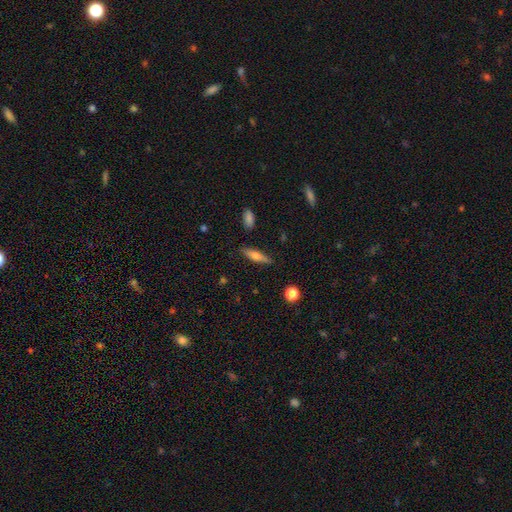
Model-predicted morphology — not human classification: Smooth or featured? Predicted: smooth (p=0.58). How rounded? Predicted: cigar-shaped (p=0.69). Merging? Predicted: none (p=0.83).